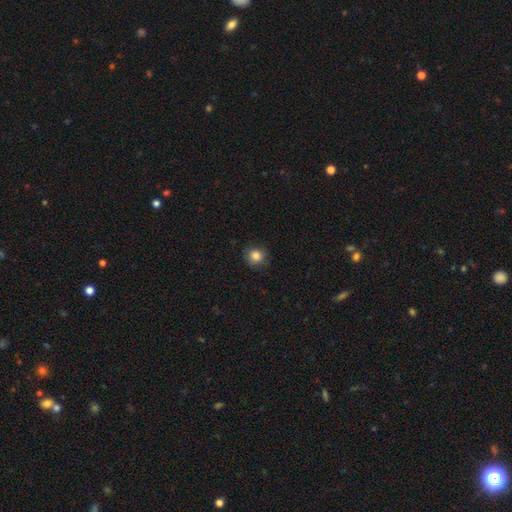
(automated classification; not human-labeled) smooth 85%, star or artifact 11%, featured or disk 4%. Down the decision tree: how rounded — round (90%); merging — none (86%).